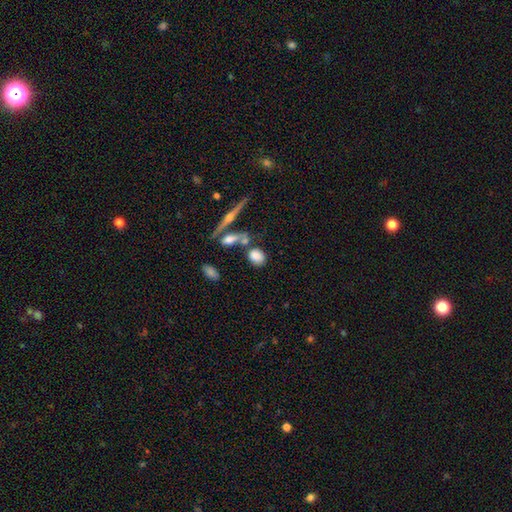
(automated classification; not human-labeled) The model was most divided on "how rounded": in between: 59%, round: 37%, cigar-shaped: 4%. More confident: smooth or featured — smooth (77%); merging — none (62%).